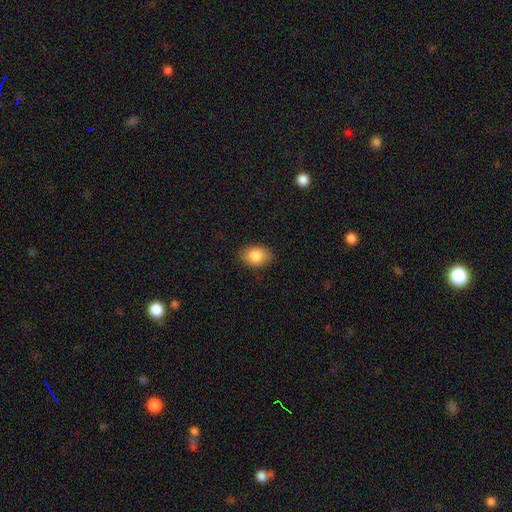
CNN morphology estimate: type=smooth (86%); roundness=in between (73%); merging=none (86%).